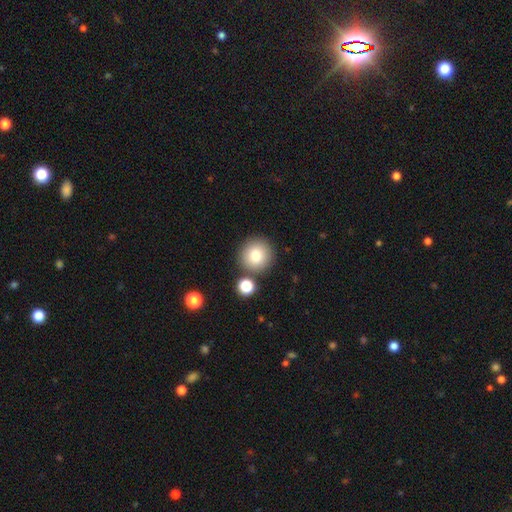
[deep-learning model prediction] A smooth galaxy with no disk features (81%) that is round (95%). Merging: none (82%).